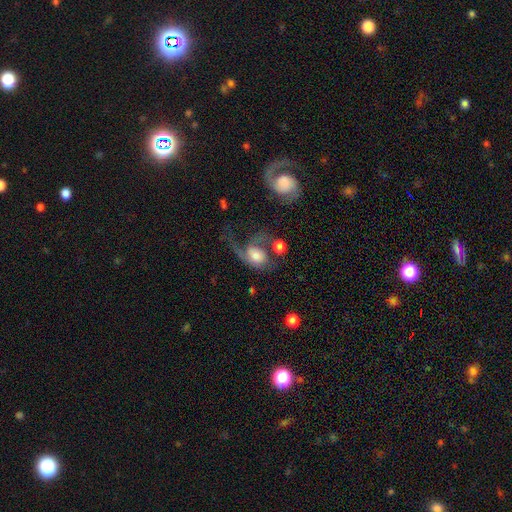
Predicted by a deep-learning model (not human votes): The model was most divided on "smooth or featured": featured or disk: 52%, smooth: 40%, star or artifact: 8%. Remaining: edge-on disk — no (96%); merging — major disturbance (43%).